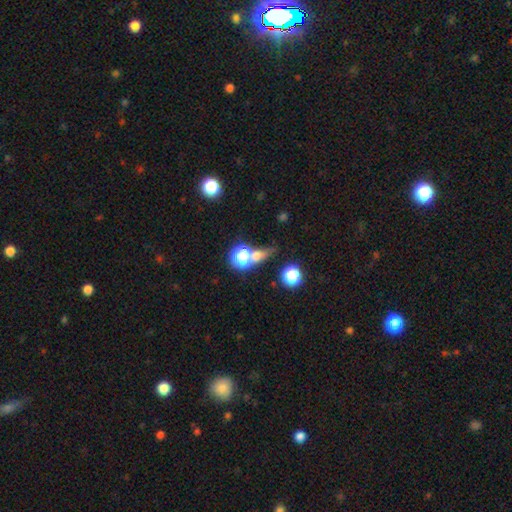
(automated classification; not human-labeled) A smooth galaxy with no disk features (53%) that is round (62%). Merging: none (55%).